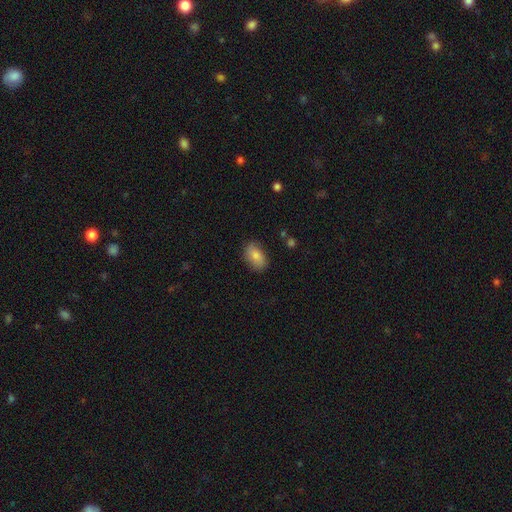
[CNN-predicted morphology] A smooth galaxy with no disk features (81%) that is in between round and cigar-shaped (89%). Merging: none (81%).